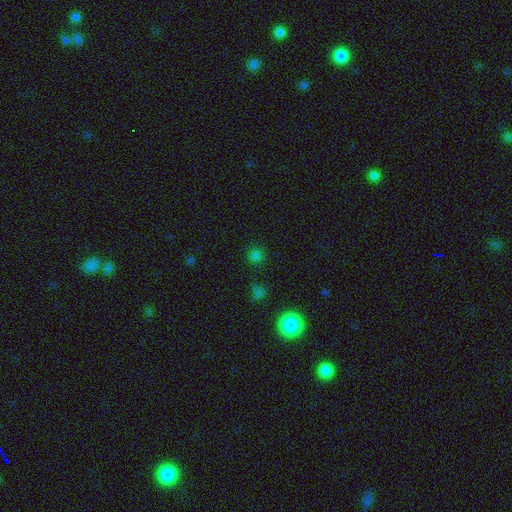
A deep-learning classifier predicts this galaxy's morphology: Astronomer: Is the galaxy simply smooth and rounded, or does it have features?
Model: smooth — 72%.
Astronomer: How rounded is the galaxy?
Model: round — 90%.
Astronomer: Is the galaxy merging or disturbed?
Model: none — 83%.